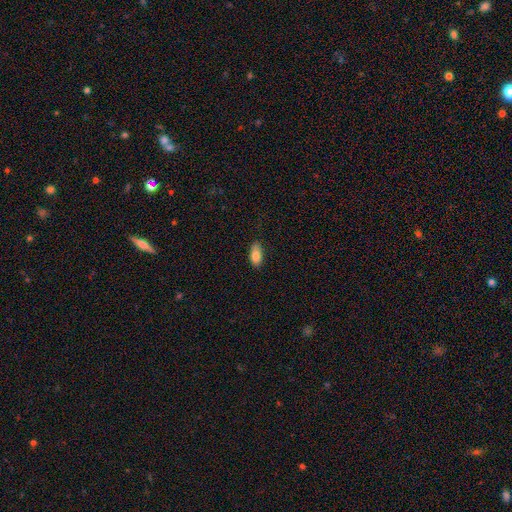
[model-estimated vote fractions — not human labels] Smooth or featured: smooth — 85% (featured or disk — 8%)
How rounded: in between — 91% (cigar-shaped — 6%)
Merging: none — 75% (minor disturbance — 20%)